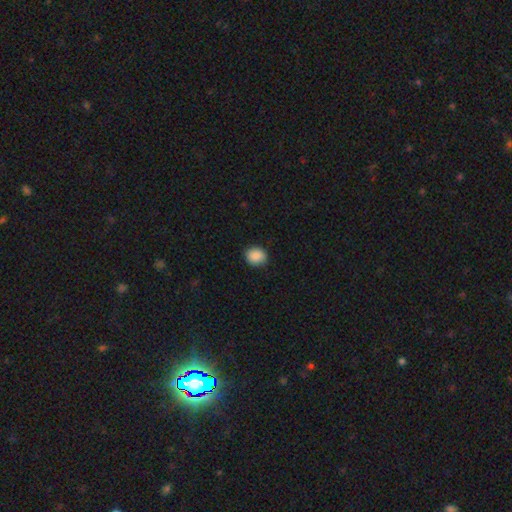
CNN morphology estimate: smooth_or_featured: smooth (p=0.89) [alt: star or artifact p=0.08]
how_rounded: round (p=0.75) [alt: in between p=0.24]
merging: none (p=0.89) [alt: minor disturbance p=0.08]